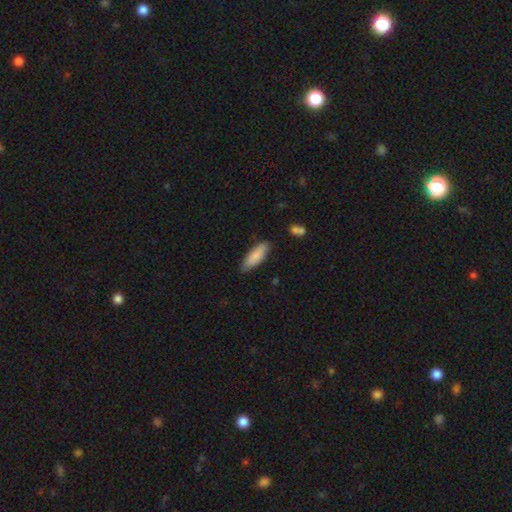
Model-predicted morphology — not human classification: smooth 84%, featured or disk 11%, star or artifact 6%. Down the decision tree: how rounded — in between (60%); merging — none (79%).